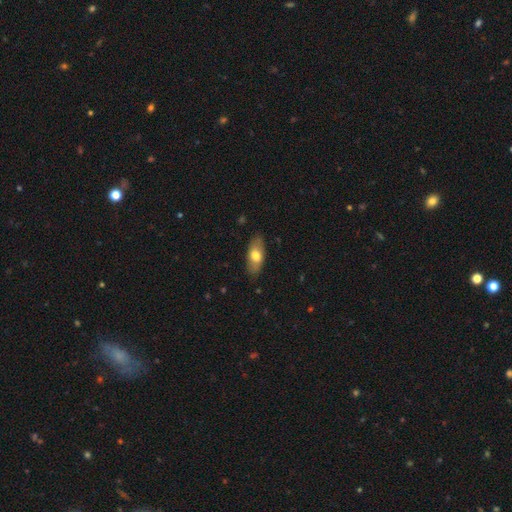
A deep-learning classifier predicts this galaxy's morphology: type=smooth (69%); roundness=in between (84%); merging=none (84%).